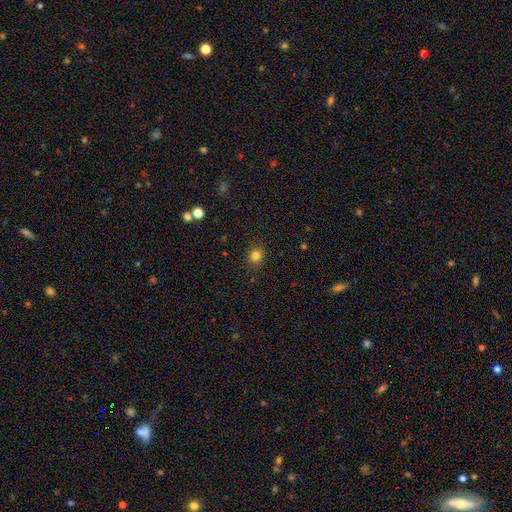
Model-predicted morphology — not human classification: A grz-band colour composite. It shows a smooth galaxy with no disk features (82%) that is round (84%). Merging: none (89%).